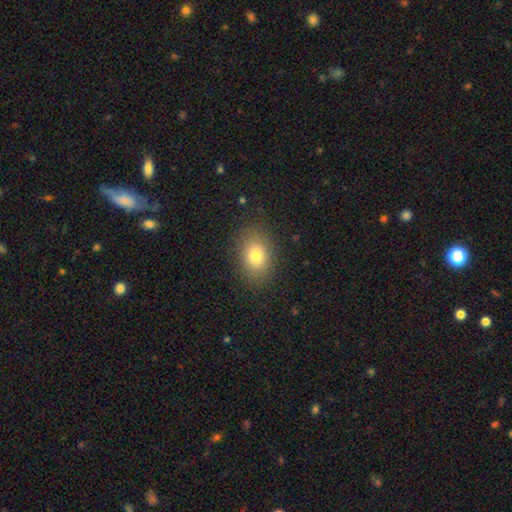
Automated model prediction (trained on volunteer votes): Q: Smooth or featured?
A: smooth (80%); runner-up: star or artifact (10%)
Q: How rounded?
A: in between (73%); runner-up: round (25%)
Q: Merging?
A: none (86%); runner-up: minor disturbance (10%)